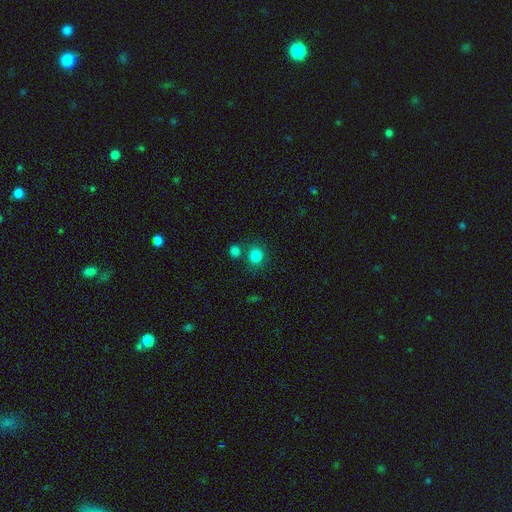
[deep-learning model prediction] Smooth or featured?
  - smooth: 83% *
  - star or artifact: 12%
  - featured or disk: 5%
How rounded?
  - round: 84% *
  - in between: 15%
  - cigar-shaped: 1%
Merging?
  - none: 73% *
  - merger: 14%
  - minor disturbance: 9%
  - major disturbance: 4%